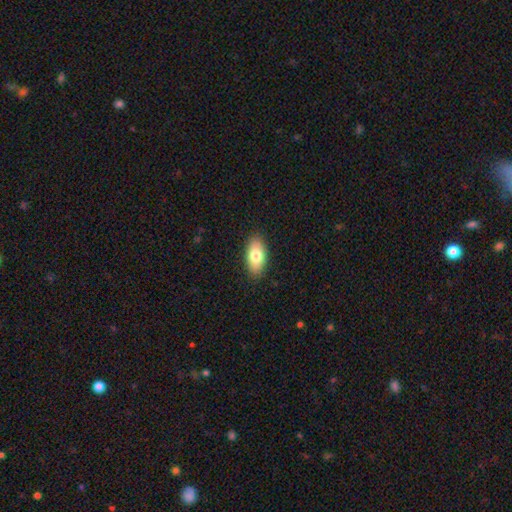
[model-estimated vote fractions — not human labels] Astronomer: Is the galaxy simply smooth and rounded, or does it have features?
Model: smooth — 77%.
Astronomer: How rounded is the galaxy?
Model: in between — 91%.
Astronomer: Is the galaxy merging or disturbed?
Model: none — 89%.